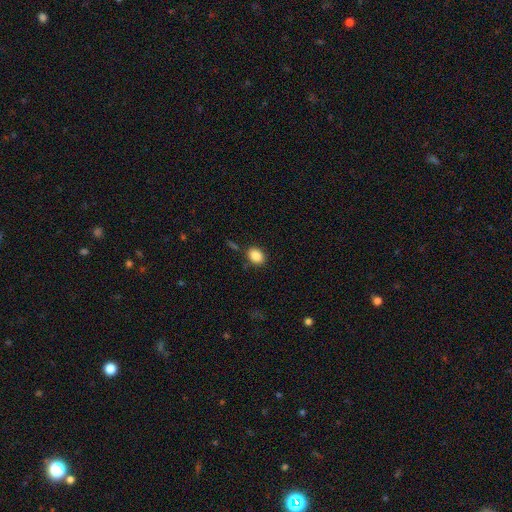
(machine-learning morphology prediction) Smooth or featured?
  - smooth: 87% *
  - star or artifact: 9%
  - featured or disk: 4%
How rounded?
  - in between: 64% *
  - round: 35%
  - cigar-shaped: 1%
Merging?
  - none: 83% *
  - minor disturbance: 10%
  - merger: 3%
  - major disturbance: 3%